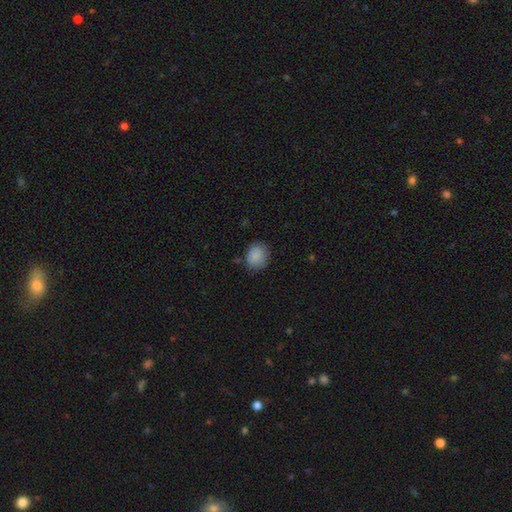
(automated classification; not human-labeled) This appears to be a smooth galaxy with no disk features (88%) that is round (61%). Merging: none (78%).